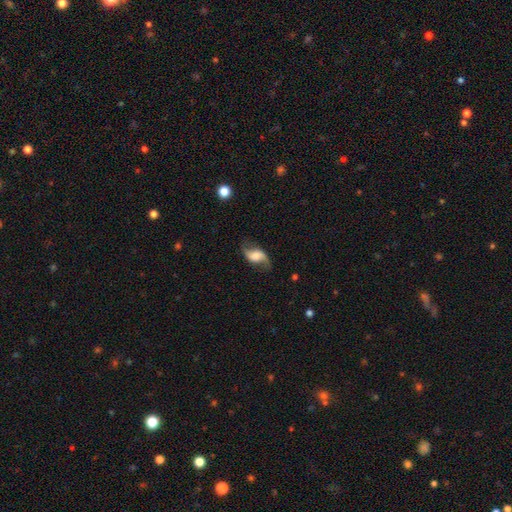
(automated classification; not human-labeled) smooth_or_featured: featured or disk (p=0.68) [alt: smooth p=0.24]
disk_edge_on: no (p=0.95) [alt: yes p=0.05]
bar: no (p=0.44) [alt: weak p=0.38]
has_spiral_arms: yes (p=0.92) [alt: no p=0.08]
spiral_winding: loose (p=0.81) [alt: medium p=0.15]
spiral_arm_count: 2 (p=0.90) [alt: 1 p=0.05]
bulge_size: moderate (p=0.27) [alt: large p=0.25]
merging: none (p=0.68) [alt: minor disturbance p=0.20]